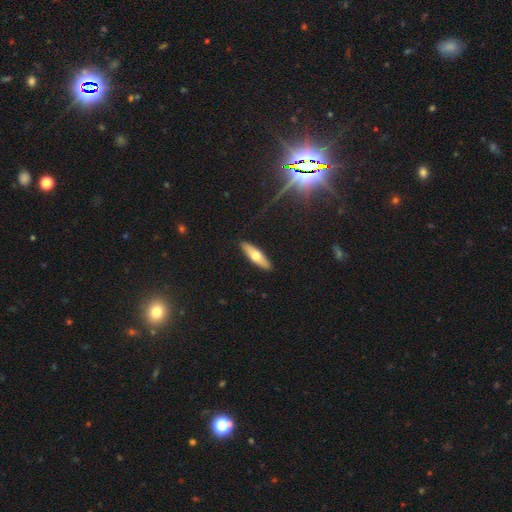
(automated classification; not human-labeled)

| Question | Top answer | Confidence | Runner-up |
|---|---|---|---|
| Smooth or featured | smooth | 57% | featured or disk (36%) |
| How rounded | cigar-shaped | 61% | in between (37%) |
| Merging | none | 90% | minor disturbance (7%) |